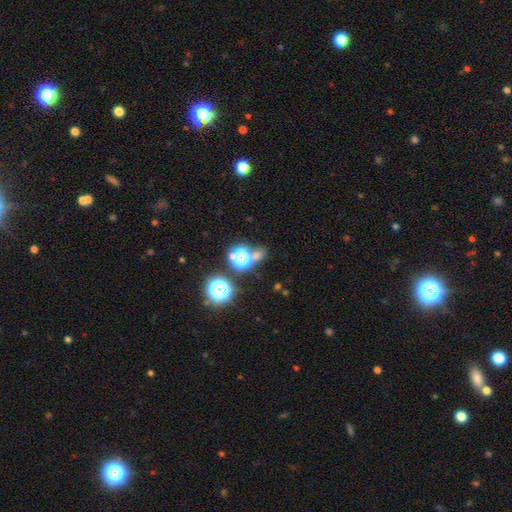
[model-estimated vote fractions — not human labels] Smooth or featured: star or artifact — 47% (smooth — 44%)